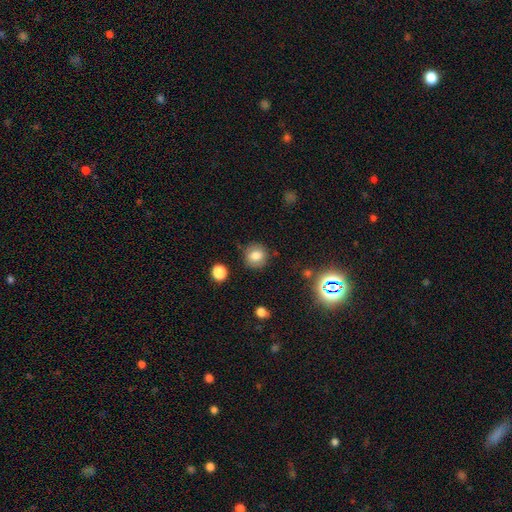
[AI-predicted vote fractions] Smooth or featured? smooth (80%)
How rounded? round (86%)
Merging? none (85%)